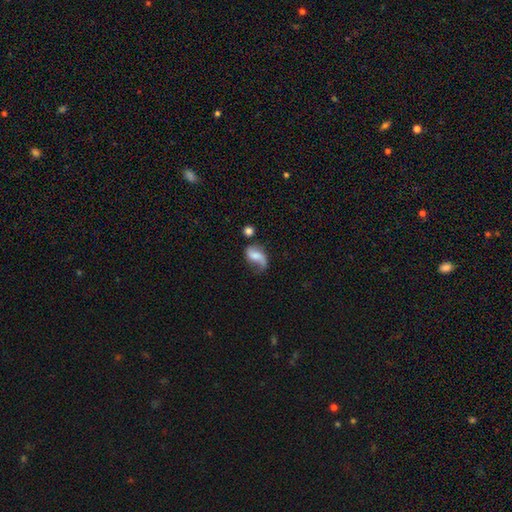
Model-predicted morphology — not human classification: Smooth or featured? featured or disk (62%)
Edge-on disk? no (97%)
Bar? no (46%)
Spiral arms? yes (89%)
Spiral winding? loose (73%)
Spiral arm count? 2 (71%)
Bulge size? moderate (30%)
Merging? none (47%)